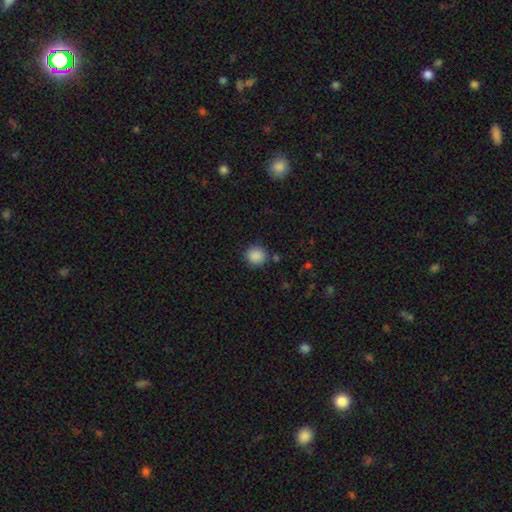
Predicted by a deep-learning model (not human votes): This appears to be a smooth galaxy with no disk features (88%) that is round (92%). Merging: none (86%).